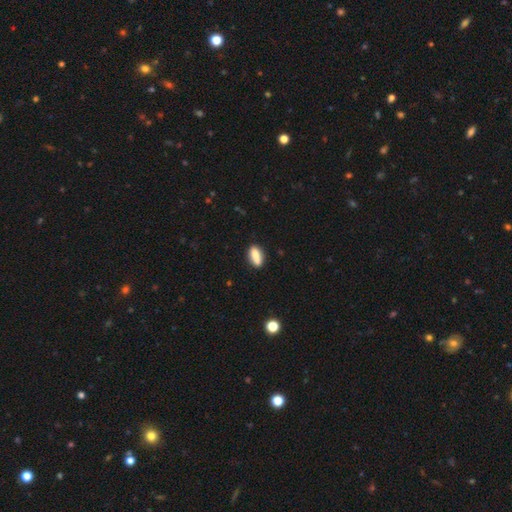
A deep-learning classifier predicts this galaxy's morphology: smooth 80%, featured or disk 12%, star or artifact 8%. Down the decision tree: how rounded — in between (71%); merging — none (83%).